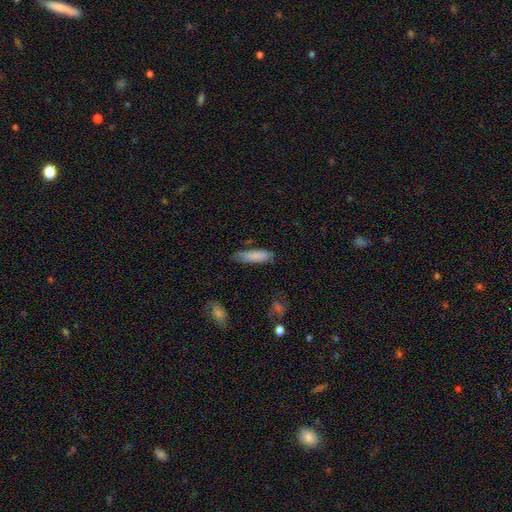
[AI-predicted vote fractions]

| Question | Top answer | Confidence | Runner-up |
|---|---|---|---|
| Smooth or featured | smooth | 81% | featured or disk (13%) |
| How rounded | cigar-shaped | 61% | in between (38%) |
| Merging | none | 65% | minor disturbance (27%) |